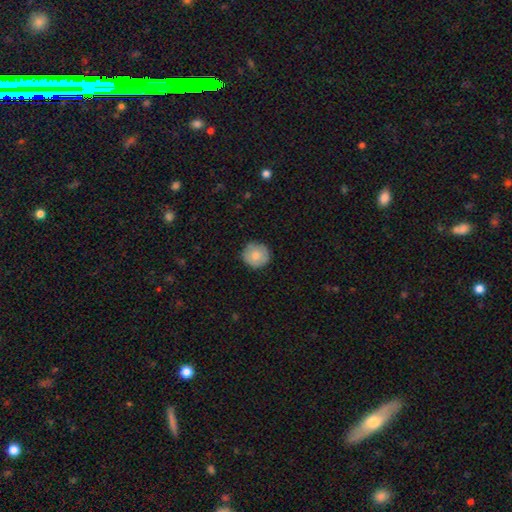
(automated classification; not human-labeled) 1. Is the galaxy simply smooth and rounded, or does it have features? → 80% smooth, 13% featured or disk, 7% star or artifact.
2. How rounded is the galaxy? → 94% round, 5% in between, 1% cigar-shaped.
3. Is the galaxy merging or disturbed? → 86% none, 11% minor disturbance, 2% major disturbance, 1% merger.